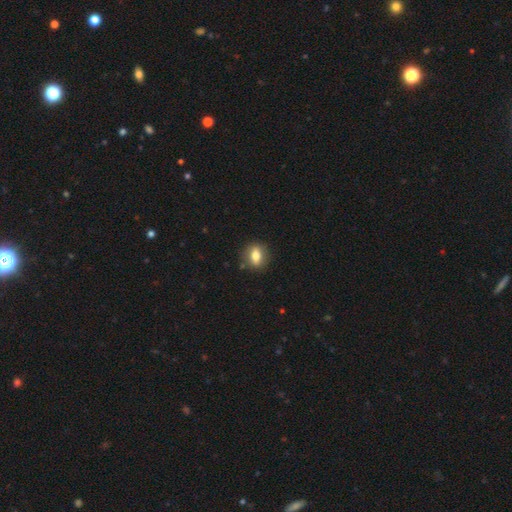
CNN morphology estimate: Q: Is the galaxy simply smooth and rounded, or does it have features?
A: smooth — 68%.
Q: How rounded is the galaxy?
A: in between — 53%.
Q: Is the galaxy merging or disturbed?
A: none — 86%.